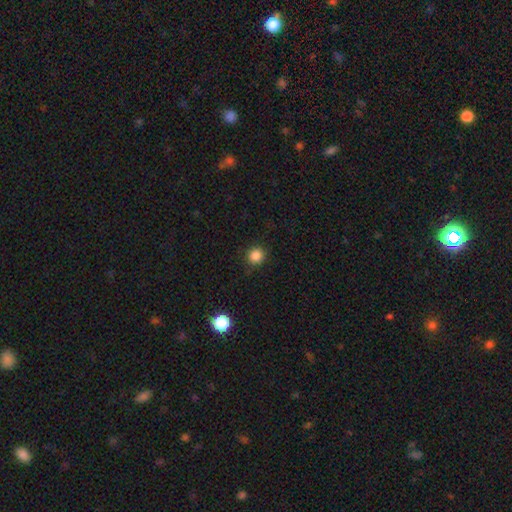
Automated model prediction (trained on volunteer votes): Smooth or featured? smooth (85%)
How rounded? round (92%)
Merging? none (88%)